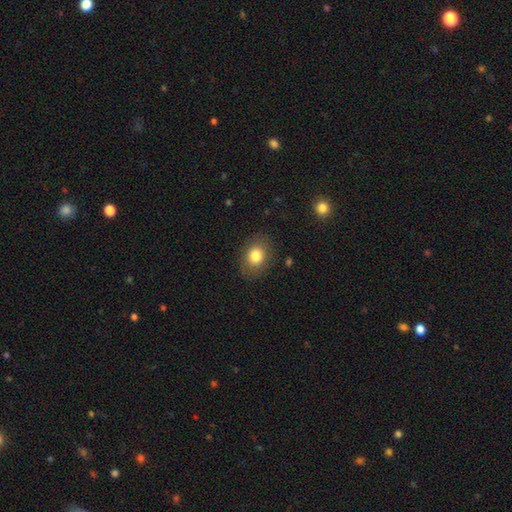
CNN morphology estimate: smooth_or_featured: smooth (p=0.80) [alt: featured or disk p=0.11]
how_rounded: in between (p=0.61) [alt: round p=0.39]
merging: none (p=0.83) [alt: minor disturbance p=0.11]